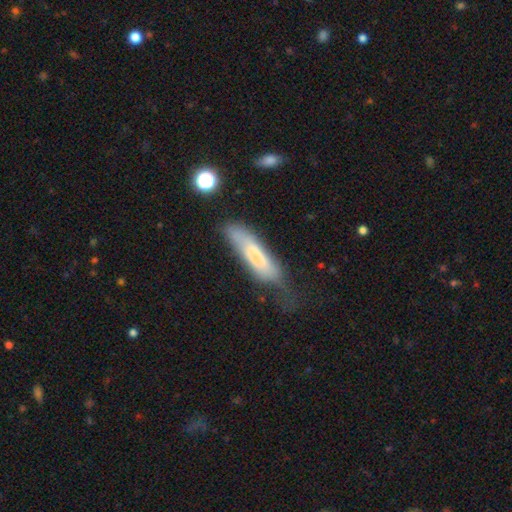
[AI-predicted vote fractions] This appears to be a smooth galaxy with no disk features (70%) that is cigar-shaped (73%). Merging: none (39%).